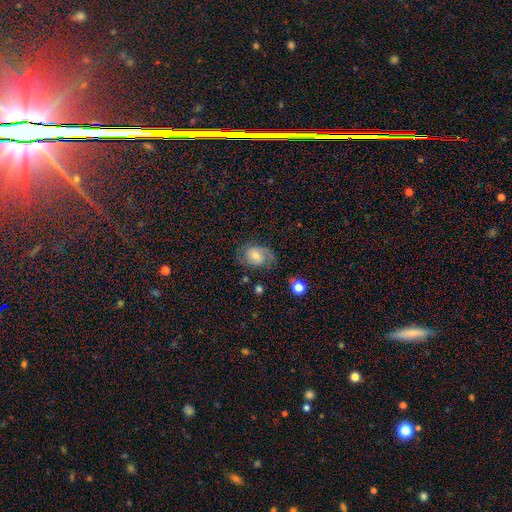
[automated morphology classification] A featured or disk galaxy (52%).

Vote fractions:
- Smooth or featured? featured or disk: 52% / smooth: 38% / star or artifact: 10%
- Edge-on disk? no: 96% / yes: 4%
- Merging? none: 55% / minor disturbance: 25% / major disturbance: 16% / merger: 3%